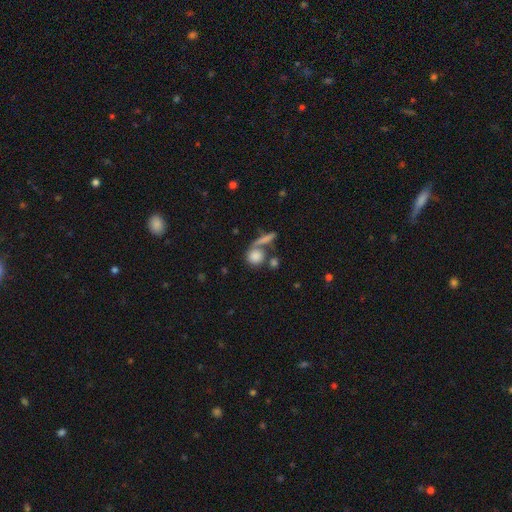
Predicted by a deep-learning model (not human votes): smooth_or_featured: smooth (p=0.80) [alt: featured or disk p=0.11]
how_rounded: round (p=0.81) [alt: in between p=0.14]
merging: none (p=0.52) [alt: merger p=0.30]